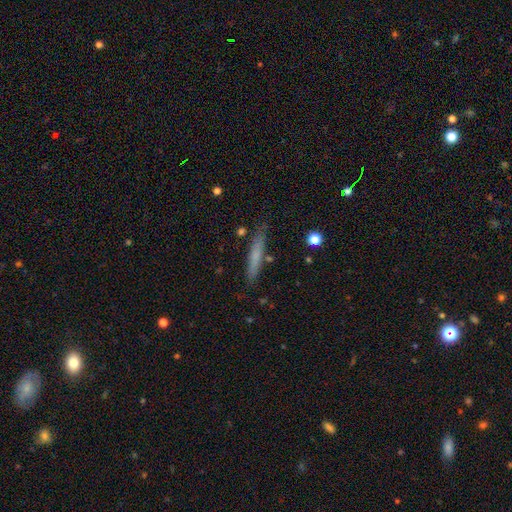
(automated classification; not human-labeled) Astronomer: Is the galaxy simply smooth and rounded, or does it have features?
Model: smooth — 66%.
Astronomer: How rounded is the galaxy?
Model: cigar-shaped — 93%.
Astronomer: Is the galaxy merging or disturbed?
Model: none — 83%.